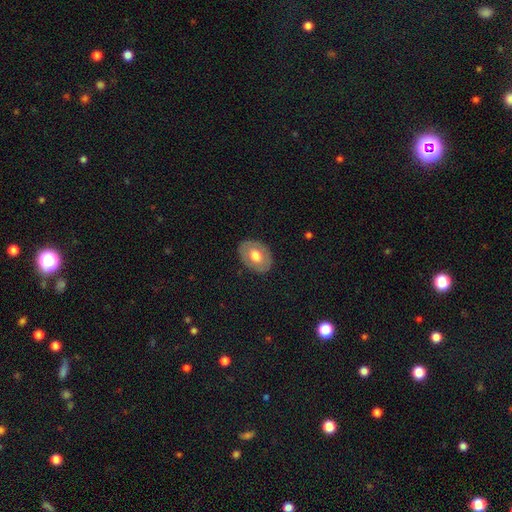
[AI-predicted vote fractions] A smooth galaxy with no disk features (58%) that is in between round and cigar-shaped (75%). Merging: none (85%).